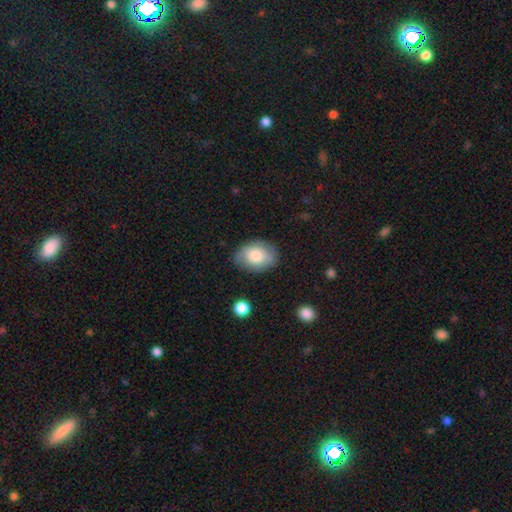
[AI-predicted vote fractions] Smooth or featured? Predicted: smooth (p=0.74). How rounded? Predicted: in between (p=0.75). Merging? Predicted: none (p=0.76).